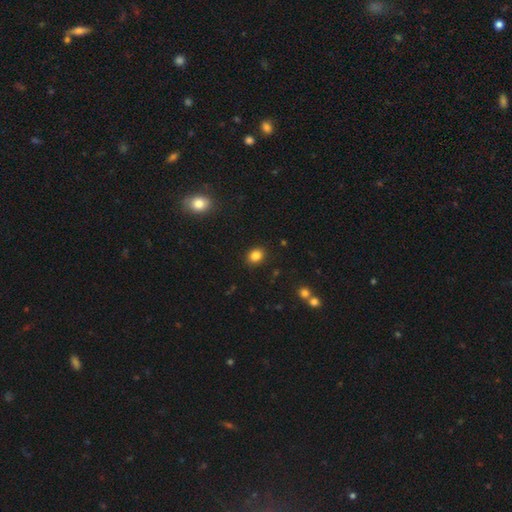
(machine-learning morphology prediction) A smooth galaxy with no disk features (84%) that is round (51%).

Vote fractions:
- Smooth or featured? smooth: 84% / star or artifact: 11% / featured or disk: 5%
- How rounded? round: 51% / in between: 48% / cigar-shaped: 1%
- Merging? none: 89% / minor disturbance: 7% / major disturbance: 2% / merger: 1%